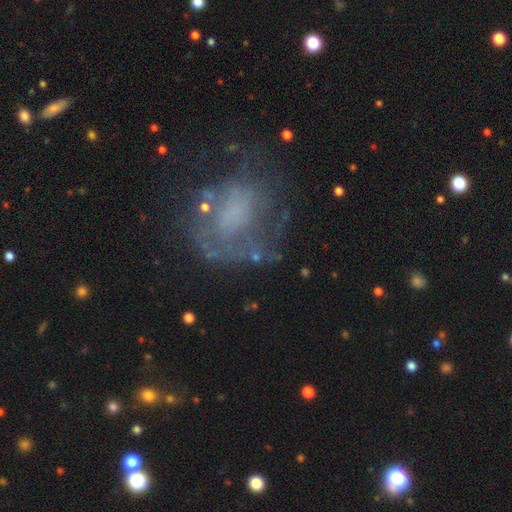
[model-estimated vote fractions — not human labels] Overall: featured or disk (54%; smooth 30%). Edge-on disk: no (97%). Bar: no (80%). Spiral arms: no (59%; yes 41%). Bulge size: none (57%; small 21%). Merging: none (47%; major disturbance 28%).